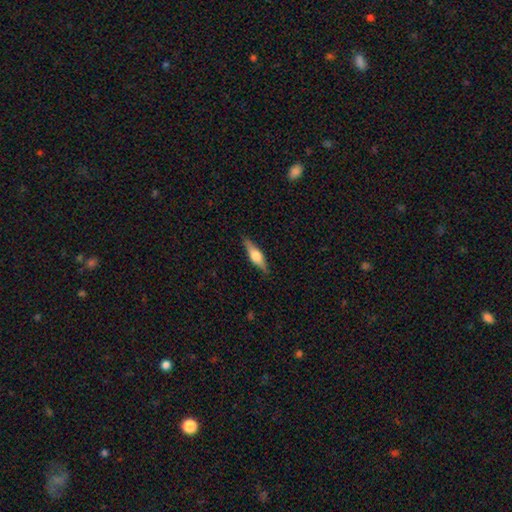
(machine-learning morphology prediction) A featured or disk galaxy (56%) viewed edge-on (95%) with a rounded central bulge (90%). Merging: none (88%).